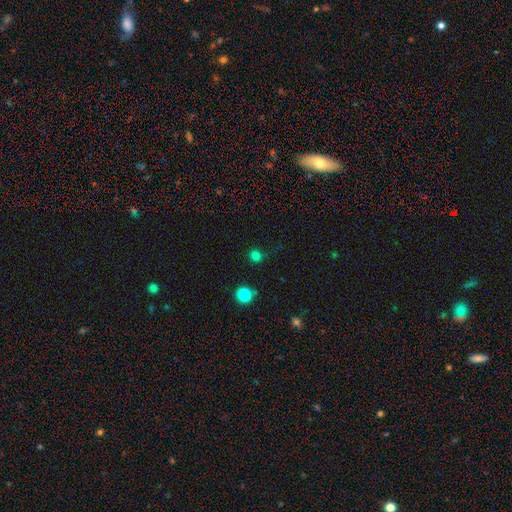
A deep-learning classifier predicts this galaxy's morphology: This is likely a smooth galaxy (78%). How rounded: clearly round (87%). Merging: clearly none (83%).